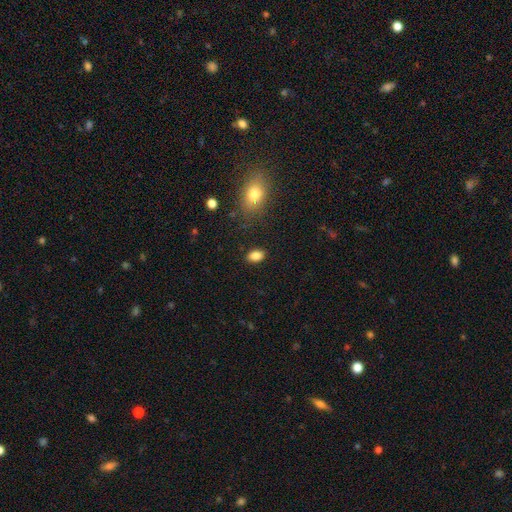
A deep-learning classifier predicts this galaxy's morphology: Smooth or featured?
  - smooth: 86% *
  - star or artifact: 9%
  - featured or disk: 5%
How rounded?
  - in between: 87% *
  - round: 12%
  - cigar-shaped: 2%
Merging?
  - none: 87% *
  - minor disturbance: 9%
  - major disturbance: 3%
  - merger: 2%